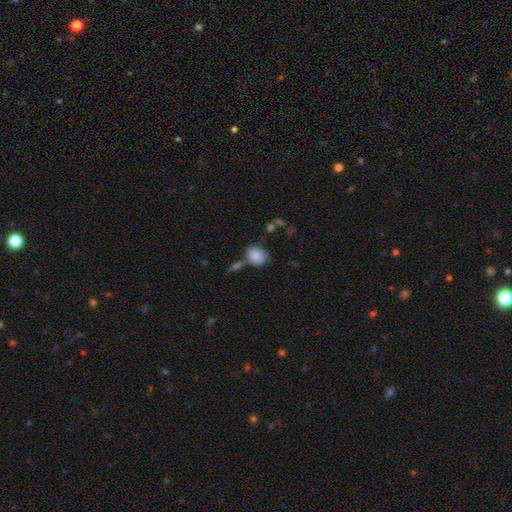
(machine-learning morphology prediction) This is clearly a smooth galaxy (87%). How rounded: possibly round (51%). Merging: likely none (63%).